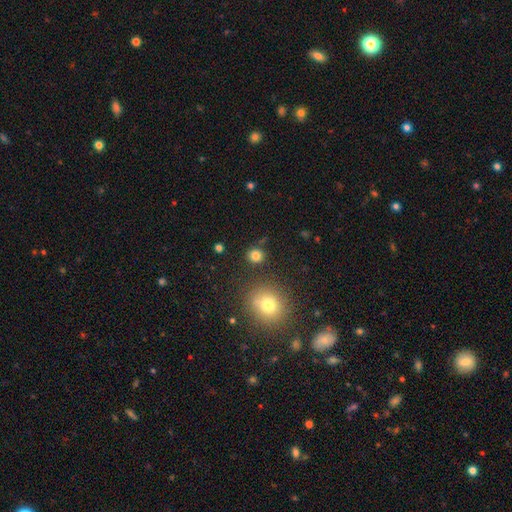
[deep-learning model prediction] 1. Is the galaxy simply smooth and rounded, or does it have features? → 82% smooth, 14% star or artifact, 5% featured or disk.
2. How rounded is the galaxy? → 84% round, 15% in between, 1% cigar-shaped.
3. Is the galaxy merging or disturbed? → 85% none, 8% minor disturbance, 4% merger, 3% major disturbance.